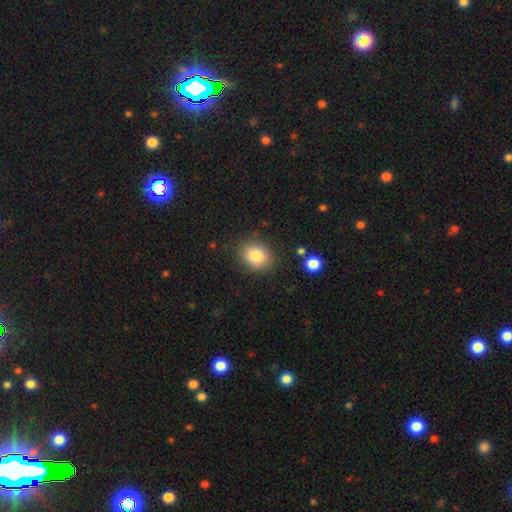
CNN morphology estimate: Smooth or featured?
  - smooth: 83% *
  - star or artifact: 10%
  - featured or disk: 8%
How rounded?
  - round: 56% *
  - in between: 43%
  - cigar-shaped: 1%
Merging?
  - none: 84% *
  - minor disturbance: 11%
  - major disturbance: 3%
  - merger: 2%